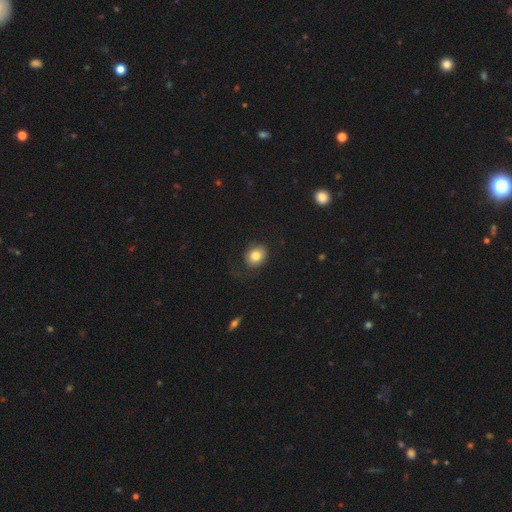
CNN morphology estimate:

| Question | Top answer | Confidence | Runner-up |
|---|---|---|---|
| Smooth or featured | smooth | 81% | featured or disk (10%) |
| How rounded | round | 67% | in between (32%) |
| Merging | none | 75% | minor disturbance (15%) |